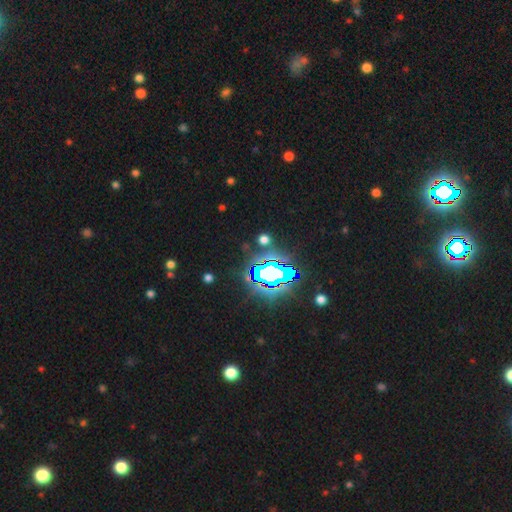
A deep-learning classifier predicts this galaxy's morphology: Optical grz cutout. It shows a star or artifact, not a galaxy (79%).